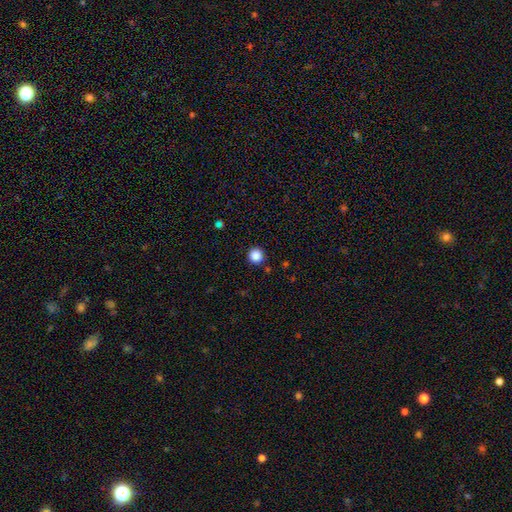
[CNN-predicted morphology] Smooth or featured? Predicted: smooth (p=0.86). How rounded? Predicted: round (p=0.95). Merging? Predicted: none (p=0.91).